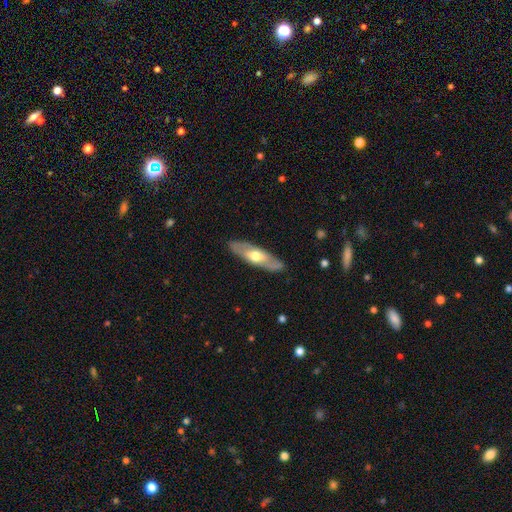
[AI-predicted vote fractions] Overall: featured or disk (55%; smooth 40%). Edge-on disk: no (57%; yes 43%). Merging: none (86%).